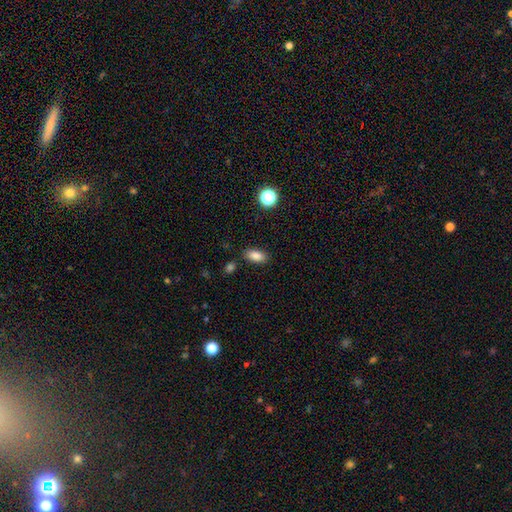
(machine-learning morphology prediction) This appears to be a smooth galaxy with no disk features (85%) that is in between round and cigar-shaped (88%). Merging: none (85%).